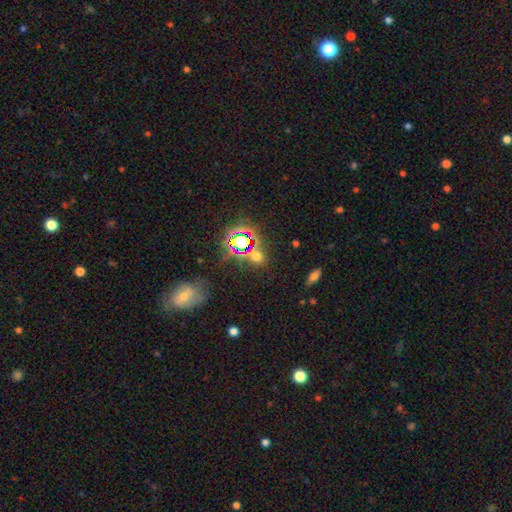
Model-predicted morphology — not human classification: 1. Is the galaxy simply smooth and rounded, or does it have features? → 52% star or artifact, 39% smooth, 9% featured or disk.